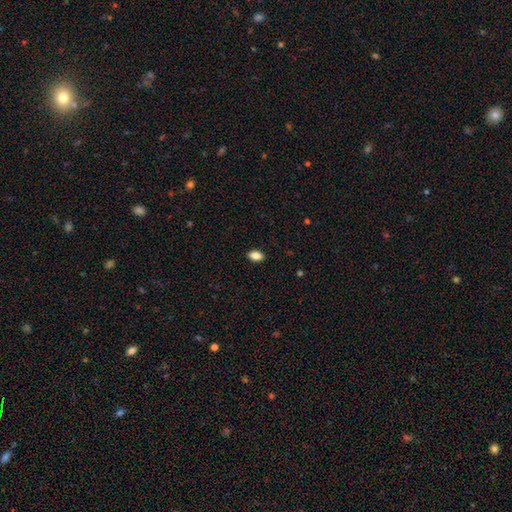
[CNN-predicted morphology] smooth 85%, star or artifact 9%, featured or disk 6%. Down the decision tree: how rounded — in between (89%); merging — none (89%).